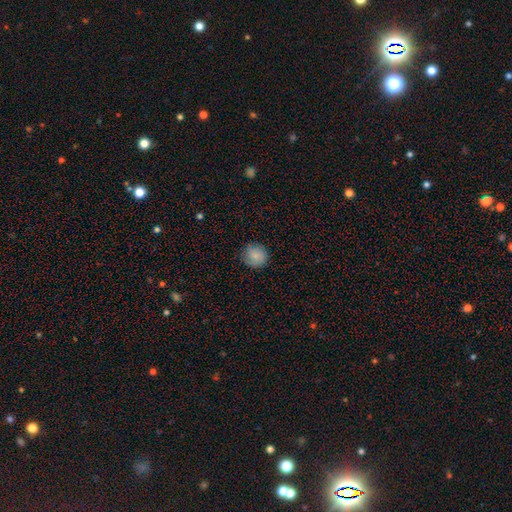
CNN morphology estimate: smooth_or_featured: smooth (p=0.83) [alt: featured or disk p=0.09]
how_rounded: round (p=0.91) [alt: in between p=0.08]
merging: none (p=0.84) [alt: minor disturbance p=0.12]